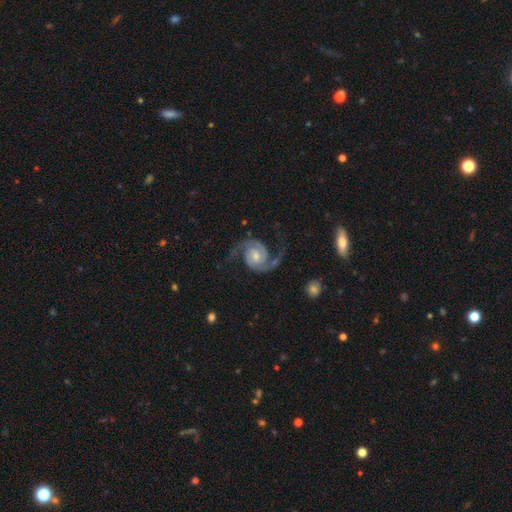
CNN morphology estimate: Smooth or featured? featured or disk (94%)
Edge-on disk? no (98%)
Bar? no (53%)
Spiral arms? yes (99%)
Spiral winding? medium (56%)
Spiral arm count? 2 (94%)
Bulge size? moderate (51%)
Merging? none (76%)